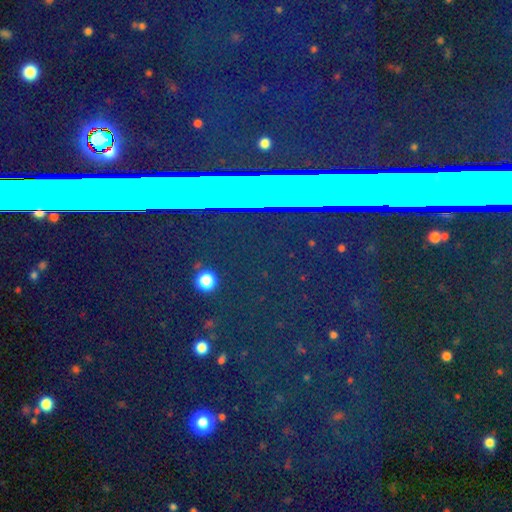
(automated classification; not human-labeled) Smooth or featured: star or artifact — 78% (smooth — 12%)